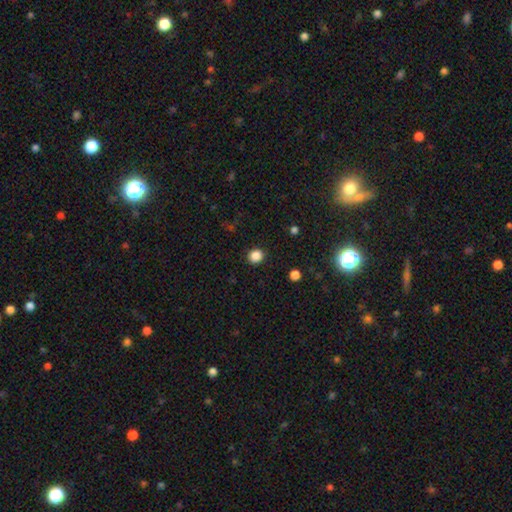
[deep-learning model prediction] The model was most divided on "how rounded": round: 84%, in between: 16%, cigar-shaped: 1%. More confident: merging — none (91%); smooth or featured — smooth (86%).